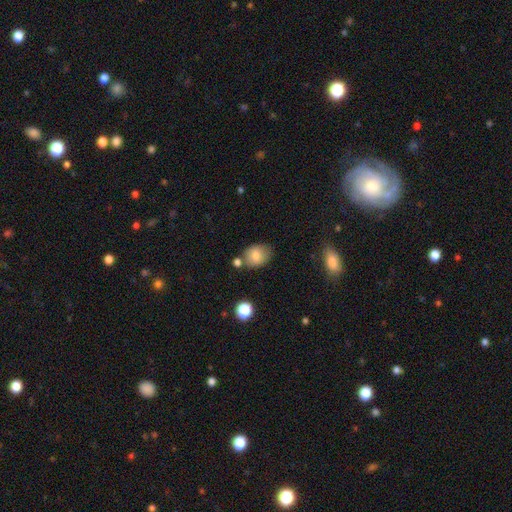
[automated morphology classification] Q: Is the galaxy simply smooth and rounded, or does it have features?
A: smooth — 80%.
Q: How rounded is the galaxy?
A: in between — 59%.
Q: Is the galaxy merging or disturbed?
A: none — 68%.